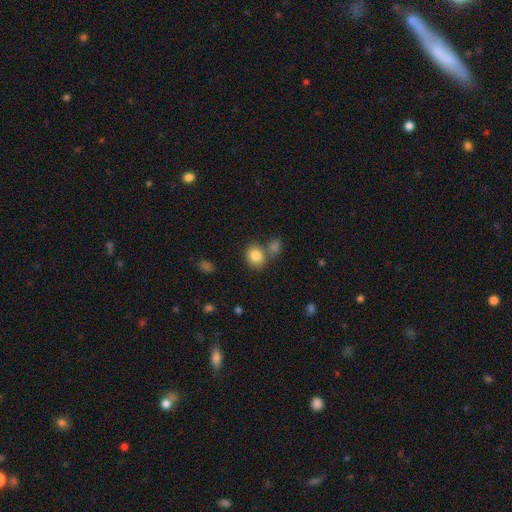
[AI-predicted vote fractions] A smooth galaxy with no disk features (84%) that is round (69%). Merging: none (62%).